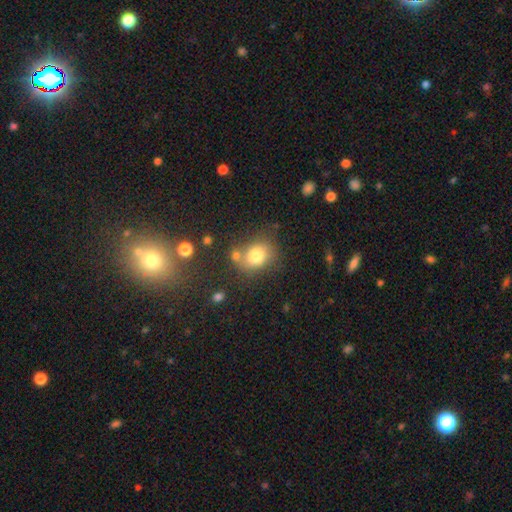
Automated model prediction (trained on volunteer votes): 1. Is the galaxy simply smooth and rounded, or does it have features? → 76% smooth, 12% featured or disk, 12% star or artifact.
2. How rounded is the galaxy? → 57% round, 42% in between, 1% cigar-shaped.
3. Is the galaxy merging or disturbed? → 58% none, 19% merger, 16% minor disturbance, 7% major disturbance.